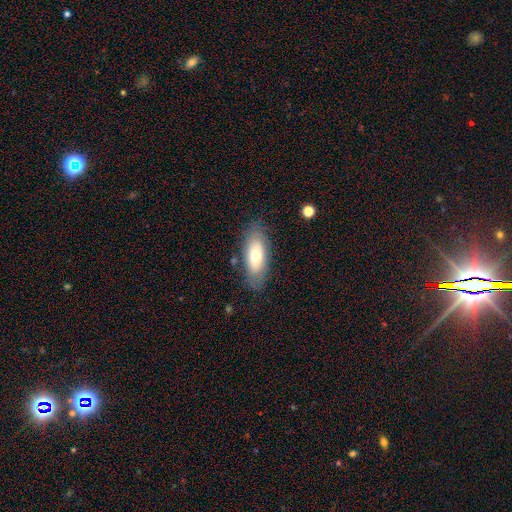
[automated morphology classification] Smooth or featured? smooth (63%)
How rounded? in between (81%)
Merging? none (80%)